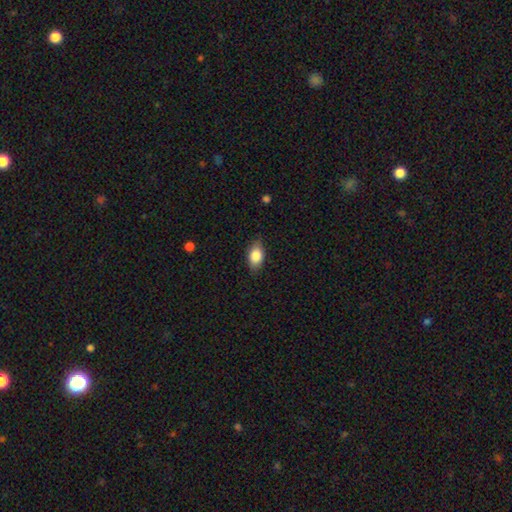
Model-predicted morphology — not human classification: A smooth galaxy with no disk features (84%) that is in between round and cigar-shaped (88%). Merging: none (82%).